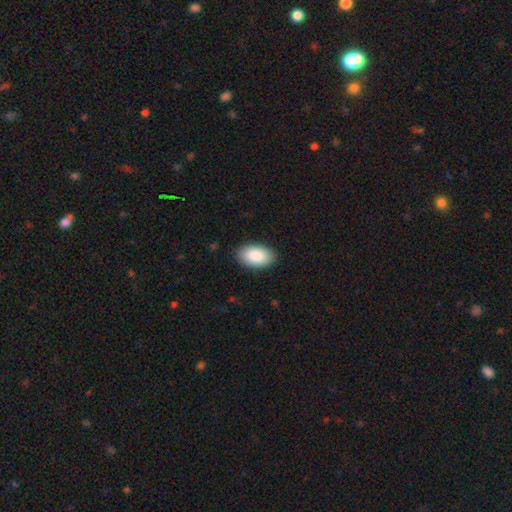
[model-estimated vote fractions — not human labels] smooth_or_featured: smooth (p=0.89) [alt: star or artifact p=0.06]
how_rounded: in between (p=0.95) [alt: round p=0.03]
merging: none (p=0.88) [alt: minor disturbance p=0.09]